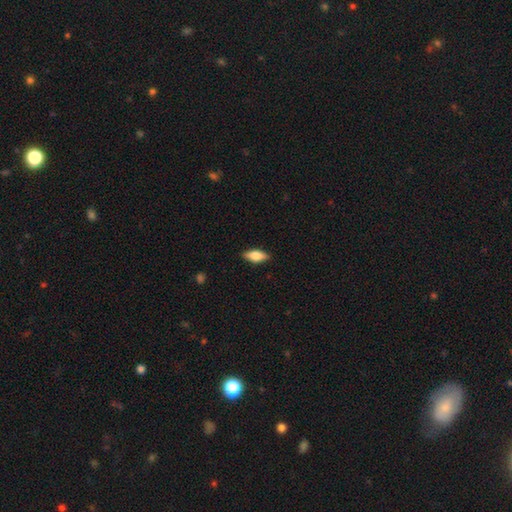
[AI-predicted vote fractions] This appears to be a smooth galaxy with no disk features (70%) that is in between round and cigar-shaped (77%). Merging: none (88%).